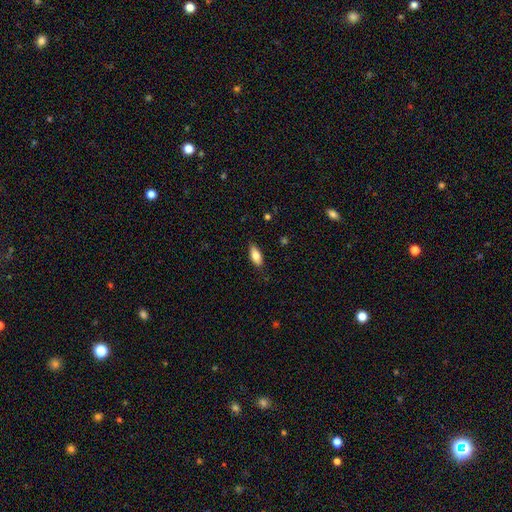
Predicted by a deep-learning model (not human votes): Smooth or featured: smooth — 80% (featured or disk — 13%)
How rounded: in between — 84% (cigar-shaped — 13%)
Merging: none — 85% (minor disturbance — 12%)